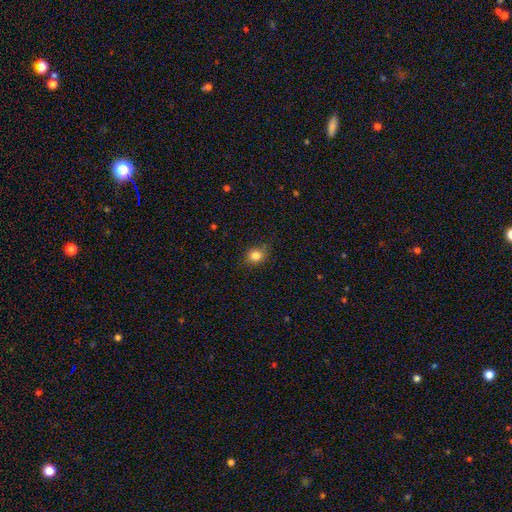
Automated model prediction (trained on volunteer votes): A smooth galaxy with no disk features (83%) that is round (68%). Merging: none (82%).